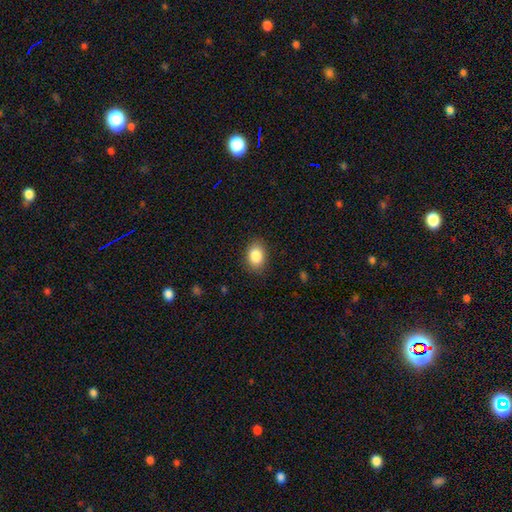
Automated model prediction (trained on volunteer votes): The model was most divided on "how rounded": in between: 77%, round: 22%, cigar-shaped: 1%. More confident: smooth or featured — smooth (86%); merging — none (86%).